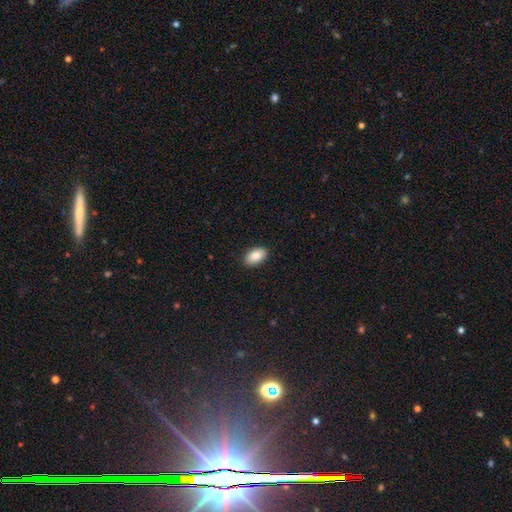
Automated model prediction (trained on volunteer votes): This appears to be a smooth galaxy with no disk features (87%) that is in between round and cigar-shaped (94%). Merging: none (90%).